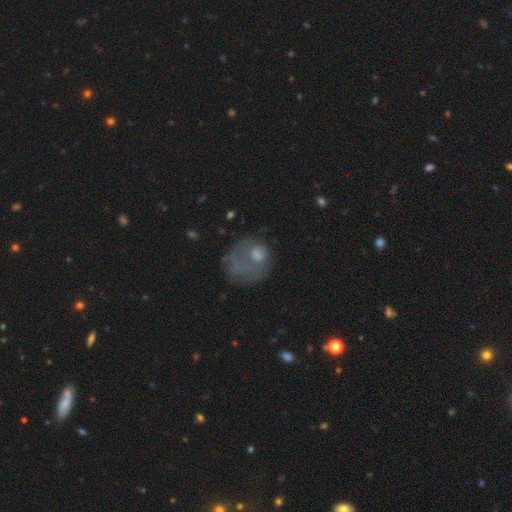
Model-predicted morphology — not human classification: smooth-or-featured: smooth: 52% | featured or disk: 37% | star or artifact: 11%
  how-rounded: round: 59% | in between: 40% | cigar-shaped: 1%
  merging: major disturbance: 42% | none: 32% | minor disturbance: 20% | merger: 6%